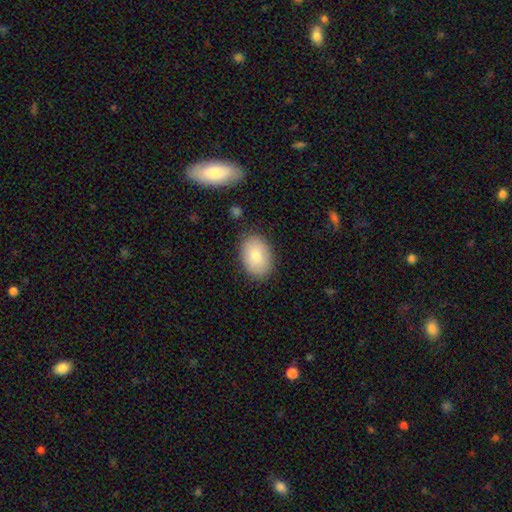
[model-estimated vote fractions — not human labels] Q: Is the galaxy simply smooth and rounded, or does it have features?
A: smooth — 80%.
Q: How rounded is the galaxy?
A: in between — 83%.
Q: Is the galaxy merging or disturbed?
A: none — 83%.